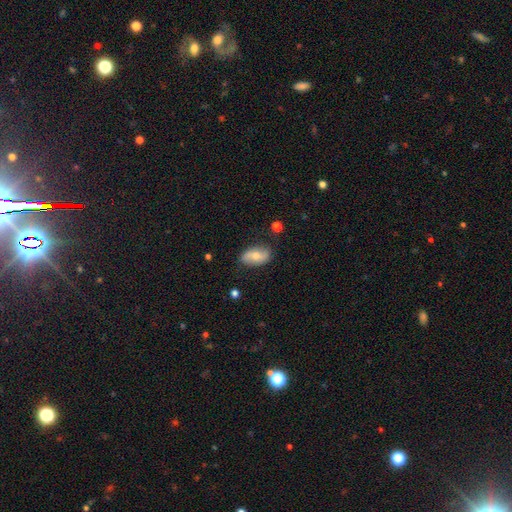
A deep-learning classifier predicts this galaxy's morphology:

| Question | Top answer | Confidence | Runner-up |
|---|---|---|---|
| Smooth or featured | smooth | 51% | featured or disk (42%) |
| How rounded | in between | 91% | round (6%) |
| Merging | none | 78% | minor disturbance (17%) |